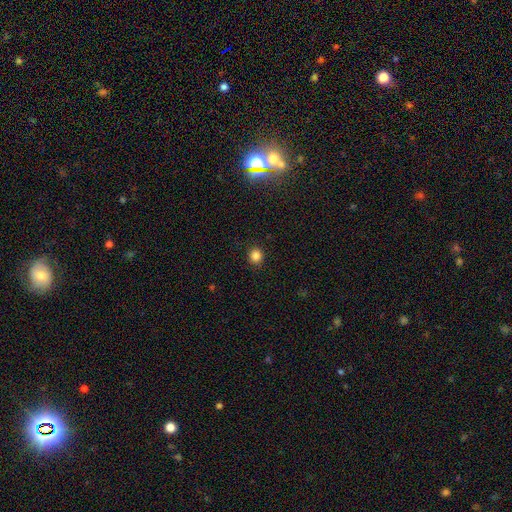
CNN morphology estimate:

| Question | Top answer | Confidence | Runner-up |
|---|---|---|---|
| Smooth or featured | smooth | 84% | star or artifact (12%) |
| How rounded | round | 89% | in between (10%) |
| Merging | none | 91% | minor disturbance (6%) |